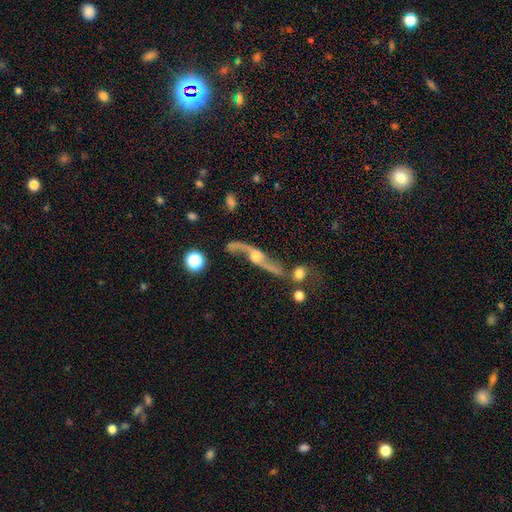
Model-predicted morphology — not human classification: Overall: featured or disk (86%). Edge-on disk: no (72%). Bar: no (61%; weak 28%). Spiral arms: yes (92%). Spiral arm count: 2 (93%). Spiral winding: loose (91%). Bulge size: moderate (55%; small 26%). Merging: none (51%; minor disturbance 18%).